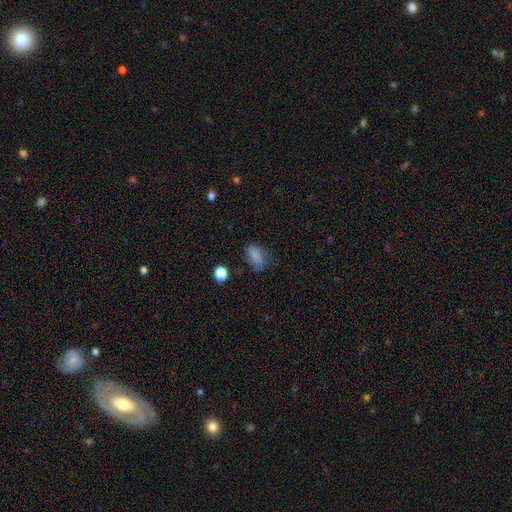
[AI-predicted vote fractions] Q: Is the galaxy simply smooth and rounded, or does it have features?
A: smooth — 79%.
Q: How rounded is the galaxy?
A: in between — 85%.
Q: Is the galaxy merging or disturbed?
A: none — 60%.